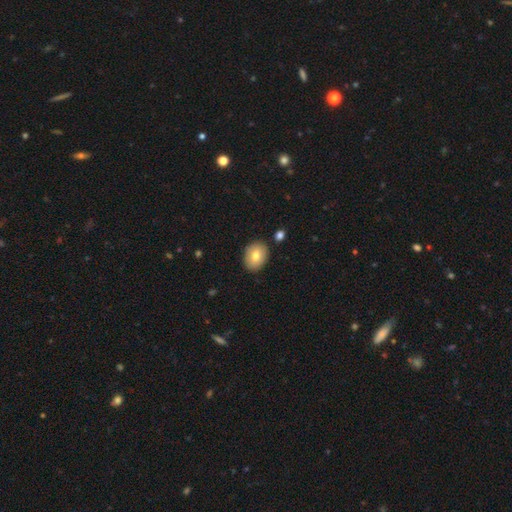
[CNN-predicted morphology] Smooth or featured? Predicted: smooth (p=0.75). How rounded? Predicted: in between (p=0.67). Merging? Predicted: none (p=0.87).